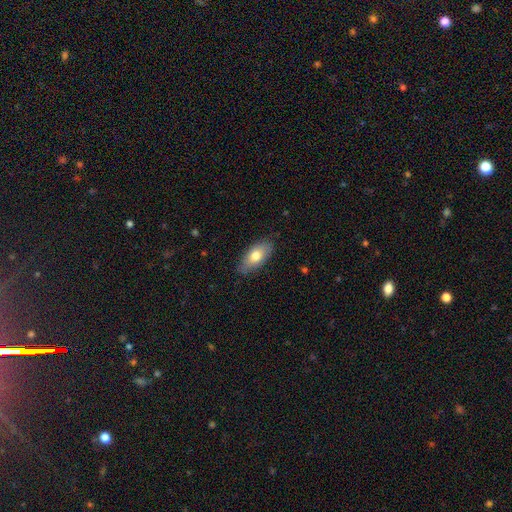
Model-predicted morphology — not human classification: type=smooth (72%); roundness=in between (88%); merging=none (82%).